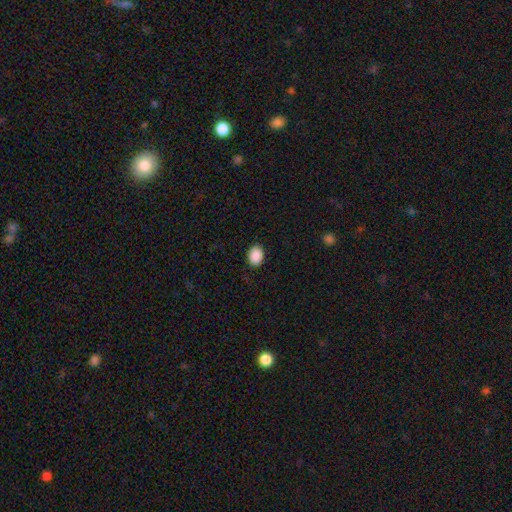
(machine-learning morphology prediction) This is clearly a smooth galaxy (90%). How rounded: likely in between (66%). Merging: clearly none (90%).